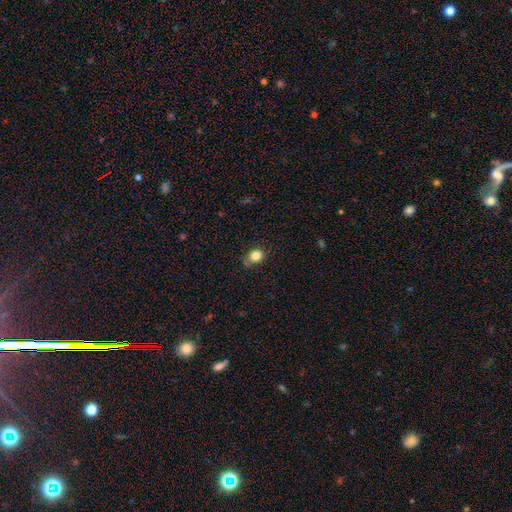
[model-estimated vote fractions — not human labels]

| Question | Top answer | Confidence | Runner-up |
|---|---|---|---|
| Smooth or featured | smooth | 83% | star or artifact (11%) |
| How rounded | round | 58% | in between (41%) |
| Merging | none | 69% | minor disturbance (23%) |